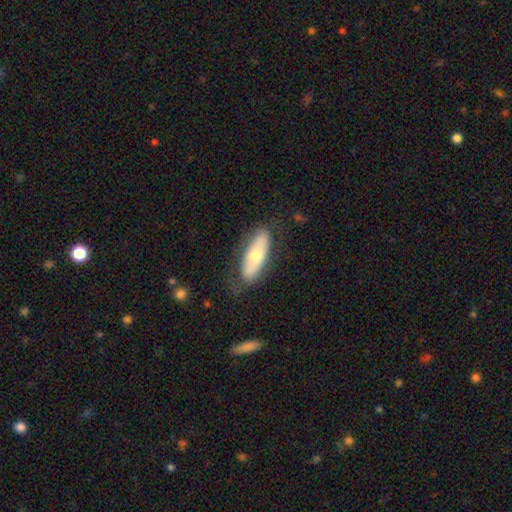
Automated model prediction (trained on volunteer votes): Smooth or featured: smooth — 54% (featured or disk — 41%)
How rounded: in between — 66% (cigar-shaped — 32%)
Merging: none — 77% (minor disturbance — 16%)